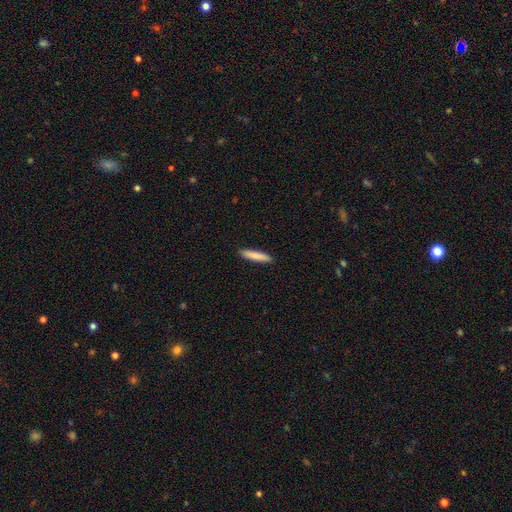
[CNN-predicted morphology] smooth-or-featured: smooth: 84% | featured or disk: 10% | star or artifact: 5%
  how-rounded: cigar-shaped: 89% | in between: 10% | round: 1%
  merging: none: 92% | minor disturbance: 6% | major disturbance: 1% | merger: 1%